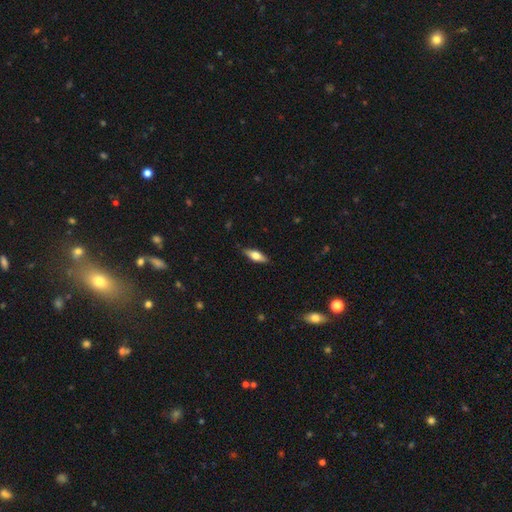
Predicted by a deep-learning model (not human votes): Morphology: type=smooth (53%); roundness=in between (56%); merging=none (88%).